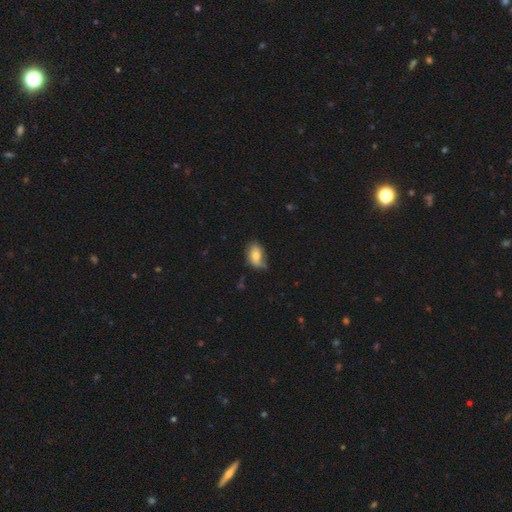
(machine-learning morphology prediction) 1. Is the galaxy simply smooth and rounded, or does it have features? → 72% smooth, 20% featured or disk, 8% star or artifact.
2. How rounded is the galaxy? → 89% in between, 8% round, 2% cigar-shaped.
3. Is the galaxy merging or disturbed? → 52% none, 36% minor disturbance, 8% major disturbance, 3% merger.